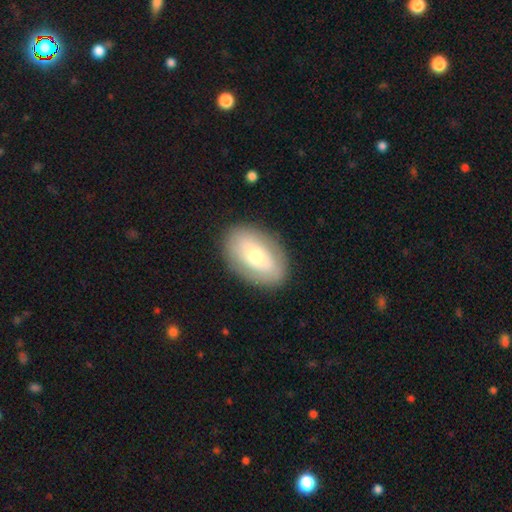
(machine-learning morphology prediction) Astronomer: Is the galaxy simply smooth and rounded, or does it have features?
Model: smooth — 58% (runner-up: featured or disk, 35%).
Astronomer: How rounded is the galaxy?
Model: in between — 88%.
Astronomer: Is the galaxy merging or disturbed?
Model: none — 85%.